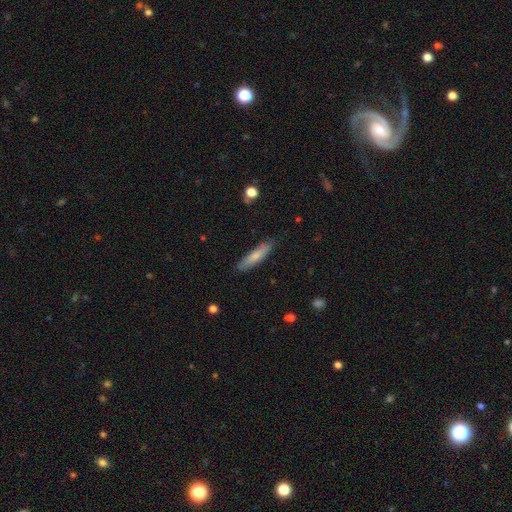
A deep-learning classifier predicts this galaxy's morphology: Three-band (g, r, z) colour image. It shows a smooth galaxy with no disk features (75%) that is cigar-shaped (79%). Merging: none (85%).